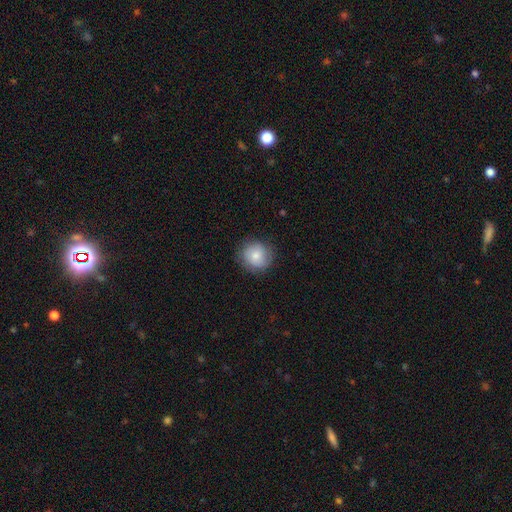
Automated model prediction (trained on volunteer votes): A smooth galaxy with no disk features (76%) that is round (87%).

Vote fractions:
- Smooth or featured? smooth: 76% / featured or disk: 16% / star or artifact: 8%
- How rounded? round: 87% / in between: 12% / cigar-shaped: 1%
- Merging? none: 81% / minor disturbance: 14% / major disturbance: 4% / merger: 1%